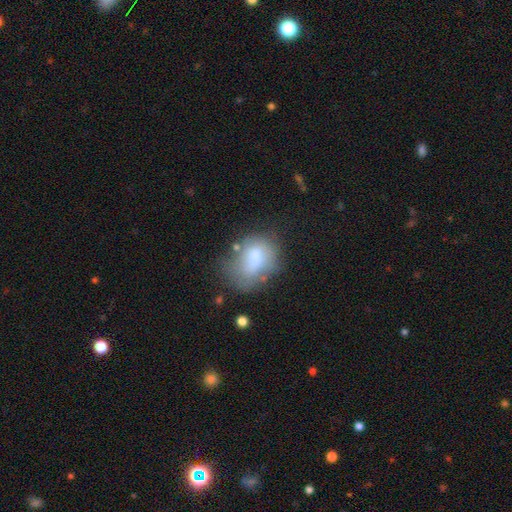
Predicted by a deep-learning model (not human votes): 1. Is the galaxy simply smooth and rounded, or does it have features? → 67% smooth, 23% featured or disk, 10% star or artifact.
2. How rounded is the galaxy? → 60% in between, 39% round, 1% cigar-shaped.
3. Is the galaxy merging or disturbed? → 38% none, 30% minor disturbance, 21% major disturbance, 12% merger.